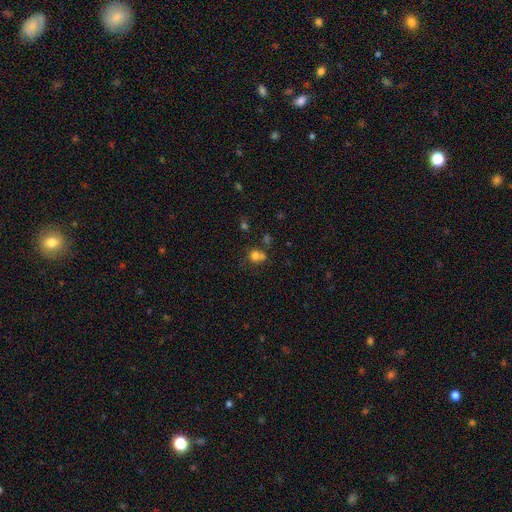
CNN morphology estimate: A smooth galaxy with no disk features (72%) that is round (76%). Merging: none (41%, tied with merger).